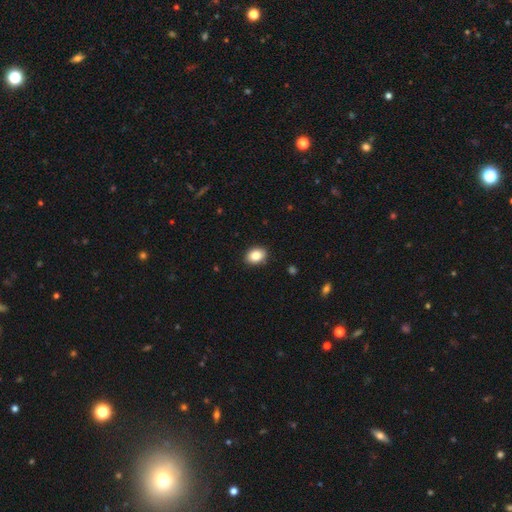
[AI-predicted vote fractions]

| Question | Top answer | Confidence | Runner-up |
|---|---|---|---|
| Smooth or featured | smooth | 86% | star or artifact (8%) |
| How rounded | in between | 72% | round (27%) |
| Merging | none | 89% | minor disturbance (8%) |